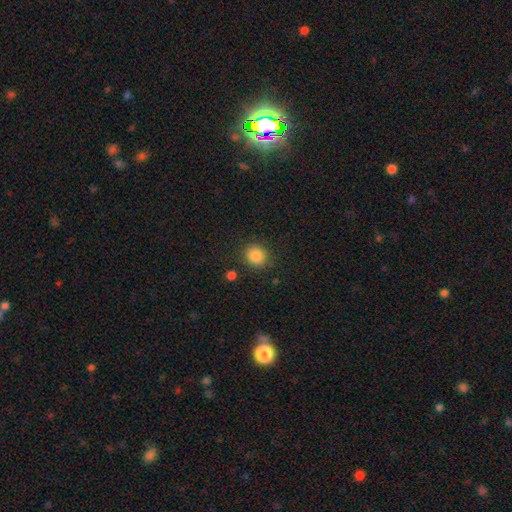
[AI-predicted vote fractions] Smooth or featured: smooth — 86% (star or artifact — 10%)
How rounded: round — 84% (in between — 15%)
Merging: none — 86% (minor disturbance — 8%)